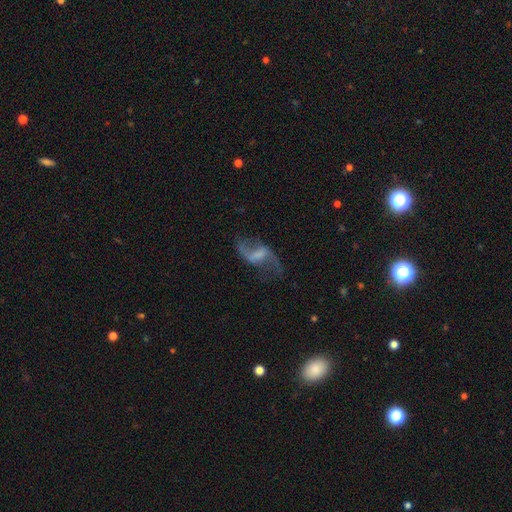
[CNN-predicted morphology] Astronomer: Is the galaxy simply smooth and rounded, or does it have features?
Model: featured or disk — 80%.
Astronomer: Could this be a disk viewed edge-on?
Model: no — 96%.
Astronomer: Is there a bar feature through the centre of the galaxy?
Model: weak — 50% (runner-up: strong, 28%).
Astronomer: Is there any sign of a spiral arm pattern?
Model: yes — 92%.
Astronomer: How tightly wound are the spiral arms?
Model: loose — 80%.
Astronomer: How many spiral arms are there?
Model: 2 — 90%.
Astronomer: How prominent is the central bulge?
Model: none — 43% (runner-up: small, 32%).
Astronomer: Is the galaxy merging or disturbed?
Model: none — 69%.